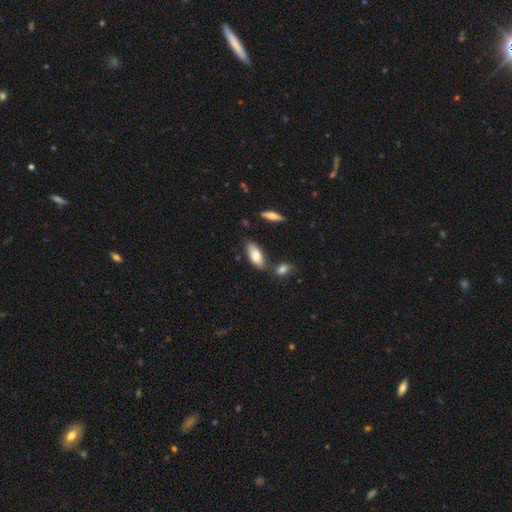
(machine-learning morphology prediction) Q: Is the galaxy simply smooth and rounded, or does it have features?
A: smooth — 77%.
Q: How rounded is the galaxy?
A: in between — 83%.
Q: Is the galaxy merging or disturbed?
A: none — 69%.